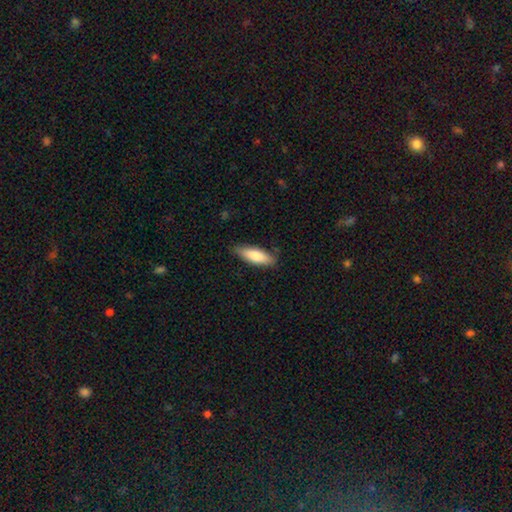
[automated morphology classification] Overall: smooth (82%). How rounded: in between (57%; cigar-shaped 41%). Merging: none (81%).